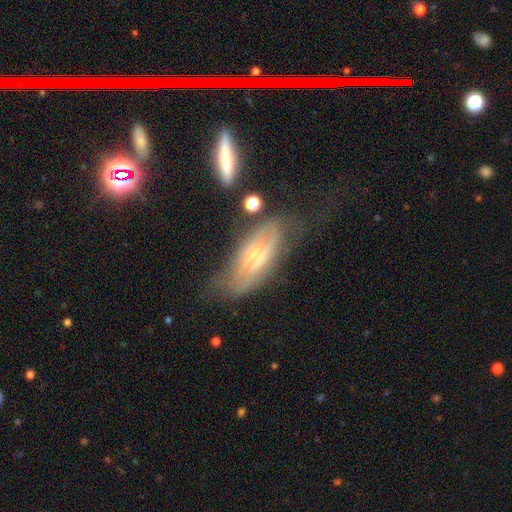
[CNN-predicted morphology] Smooth or featured? Predicted: featured or disk (p=0.64). Edge-on disk? Predicted: yes (p=0.62). Merging? Predicted: none (p=0.48).